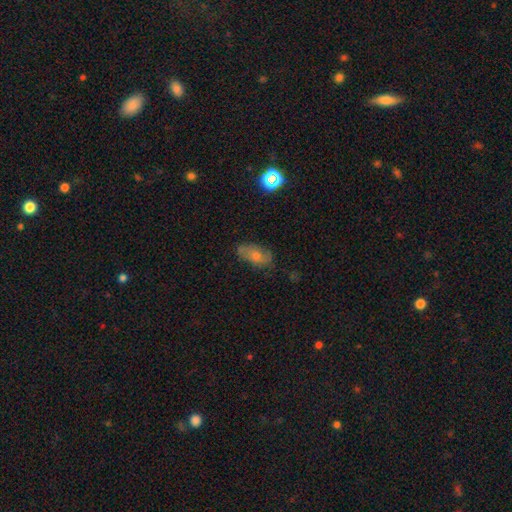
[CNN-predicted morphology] A smooth galaxy with no disk features (54%) that is in between round and cigar-shaped (85%). Merging: none (74%).